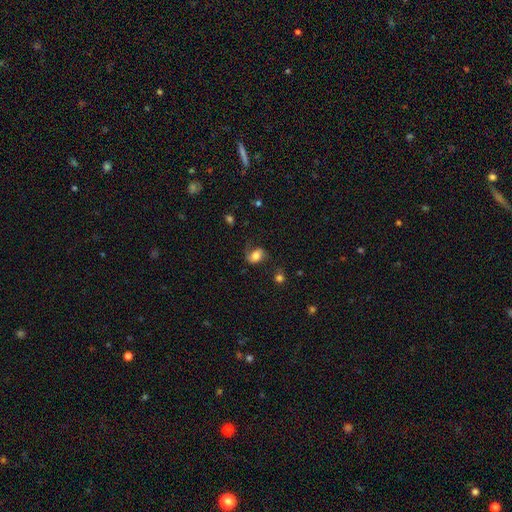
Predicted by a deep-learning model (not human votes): Q: Smooth or featured?
A: smooth (49%); runner-up: featured or disk (42%)
Q: Merging?
A: none (52%); runner-up: minor disturbance (24%)